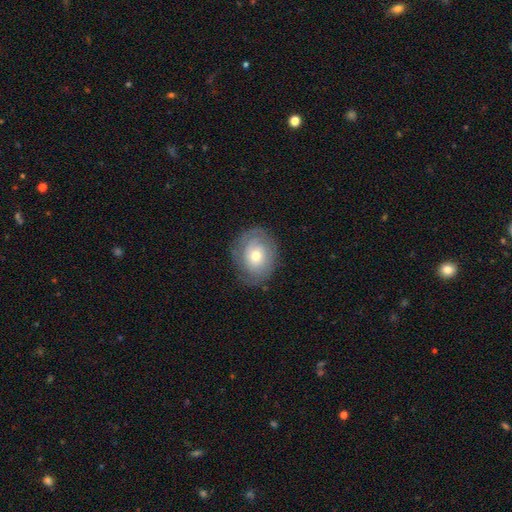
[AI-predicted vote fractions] Smooth or featured? Predicted: smooth (p=0.50). Merging? Predicted: none (p=0.77).